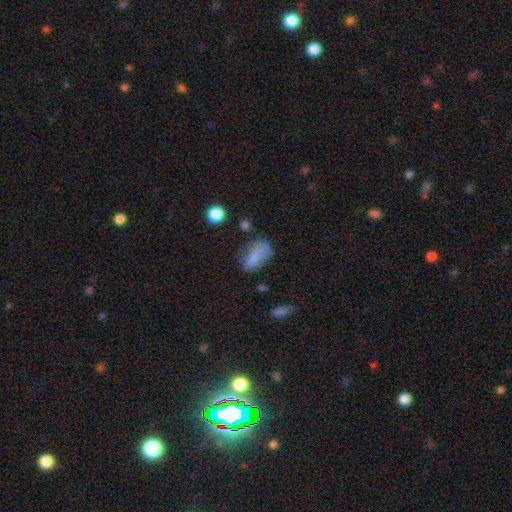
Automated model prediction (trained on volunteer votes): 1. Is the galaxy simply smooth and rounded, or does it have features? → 71% smooth, 18% featured or disk, 11% star or artifact.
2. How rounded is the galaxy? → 86% in between, 7% cigar-shaped, 7% round.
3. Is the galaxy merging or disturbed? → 44% none, 31% minor disturbance, 19% major disturbance, 5% merger.